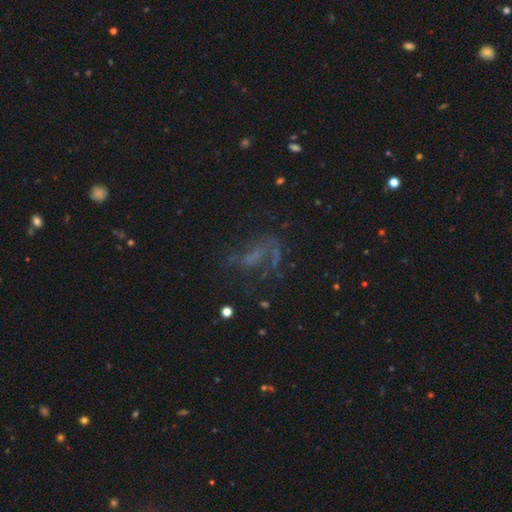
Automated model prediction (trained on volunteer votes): A featured or disk galaxy (53%). Merging: none (42%).